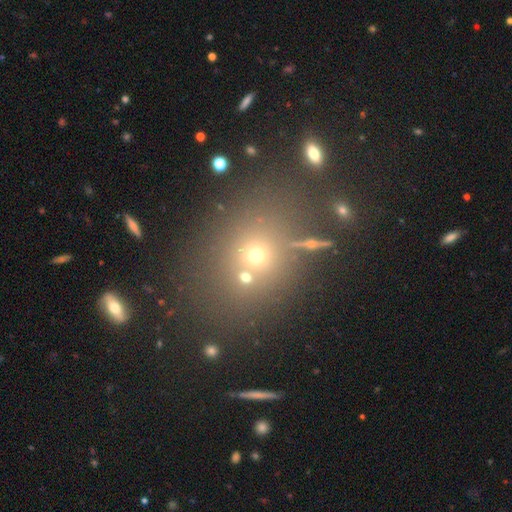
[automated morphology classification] smooth_or_featured: smooth (p=0.60) [alt: star or artifact p=0.26]
how_rounded: round (p=0.63) [alt: in between p=0.34]
merging: none (p=0.70) [alt: merger p=0.14]